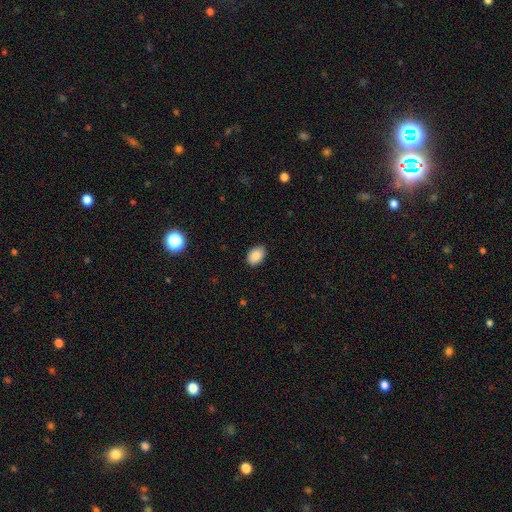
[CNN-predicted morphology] smooth_or_featured: smooth (p=0.88) [alt: star or artifact p=0.08]
how_rounded: in between (p=0.84) [alt: round p=0.15]
merging: none (p=0.87) [alt: minor disturbance p=0.10]